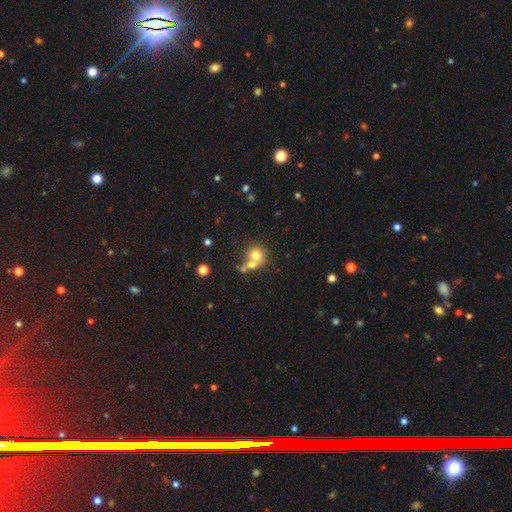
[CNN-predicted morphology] Smooth or featured? smooth (72%)
How rounded? round (81%)
Merging? merger (51%)